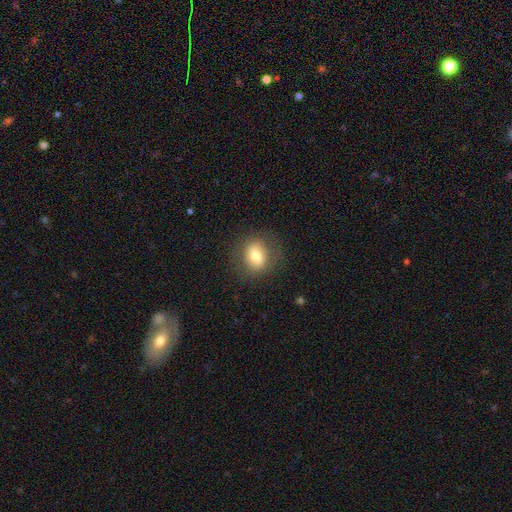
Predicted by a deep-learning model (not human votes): smooth 73%, featured or disk 17%, star or artifact 10%. Down the decision tree: how rounded — round (58%); merging — none (81%).